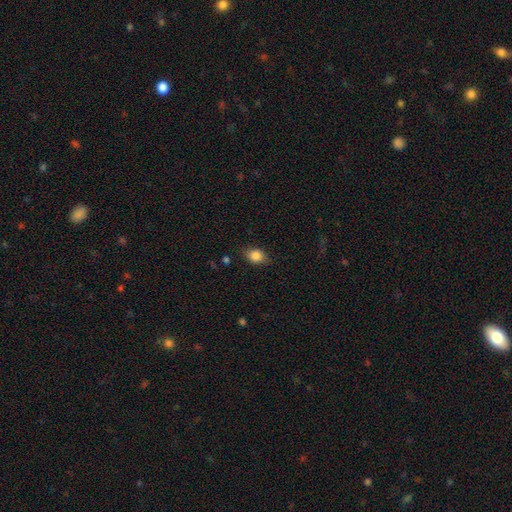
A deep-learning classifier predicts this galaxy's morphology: smooth-or-featured: smooth: 83% | star or artifact: 9% | featured or disk: 8%
  how-rounded: in between: 58% | round: 40% | cigar-shaped: 2%
  merging: none: 79% | minor disturbance: 16% | major disturbance: 4% | merger: 1%